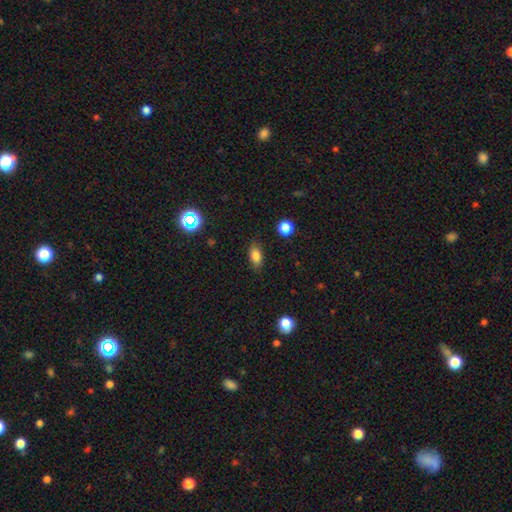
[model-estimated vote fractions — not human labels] A smooth galaxy with no disk features (80%) that is in between round and cigar-shaped (83%).

Vote fractions:
- Smooth or featured? smooth: 80% / star or artifact: 11% / featured or disk: 9%
- How rounded? in between: 83% / cigar-shaped: 9% / round: 8%
- Merging? none: 84% / minor disturbance: 12% / major disturbance: 3% / merger: 1%